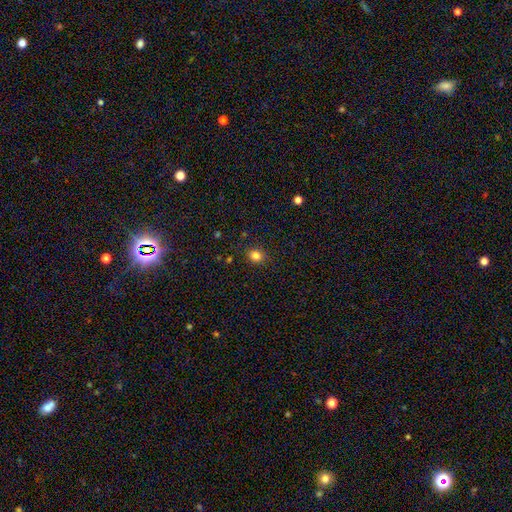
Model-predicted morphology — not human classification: Overall: smooth (83%). How rounded: round (68%; in between 31%). Merging: none (88%).